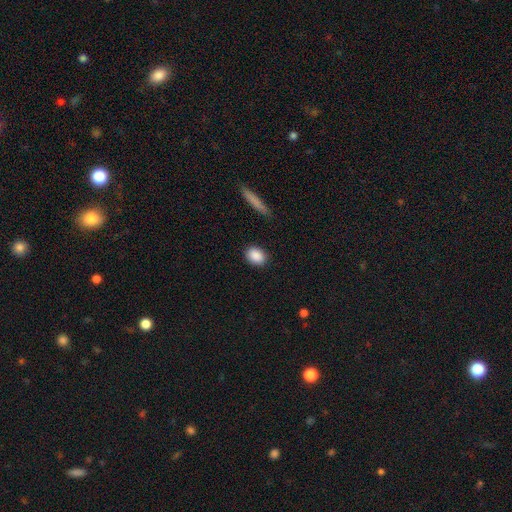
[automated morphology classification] A smooth galaxy with no disk features (89%) that is in between round and cigar-shaped (61%). Merging: none (88%).